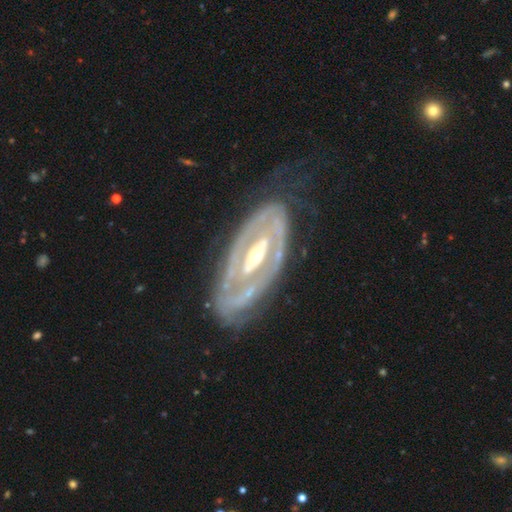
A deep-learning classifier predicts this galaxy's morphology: The model was most divided on "bar" (2-way tie): strong: 35%, no: 35%, weak: 31%. More confident: edge-on disk — no (89%); smooth or featured — featured or disk (85%); merging — none (68%); spiral arms — yes (66%); bulge size — moderate (58%).